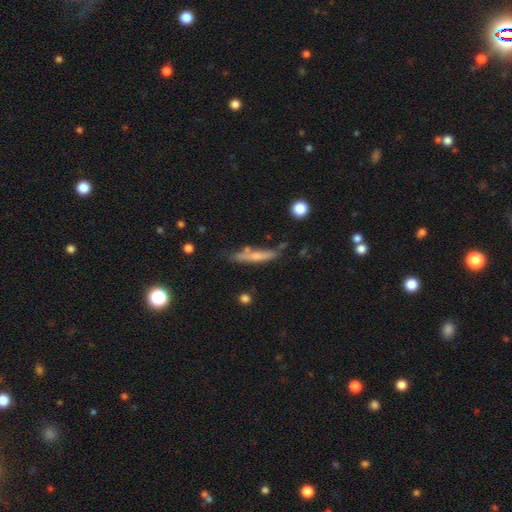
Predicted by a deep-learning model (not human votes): Smooth or featured? smooth (50%)
Merging? none (69%)